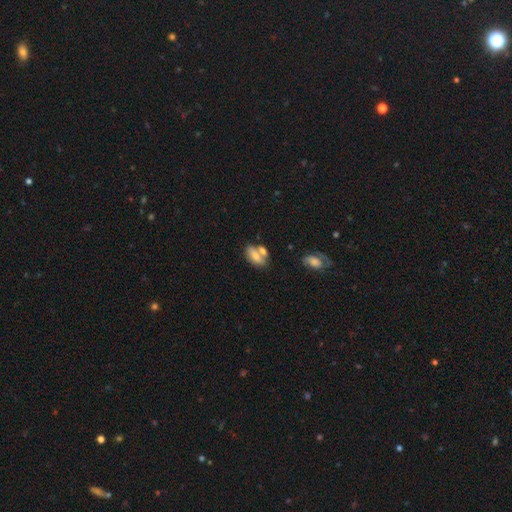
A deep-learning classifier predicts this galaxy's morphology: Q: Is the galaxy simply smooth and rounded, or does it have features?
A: smooth — 69%.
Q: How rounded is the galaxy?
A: in between — 85%.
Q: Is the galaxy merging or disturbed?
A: none — 48%.